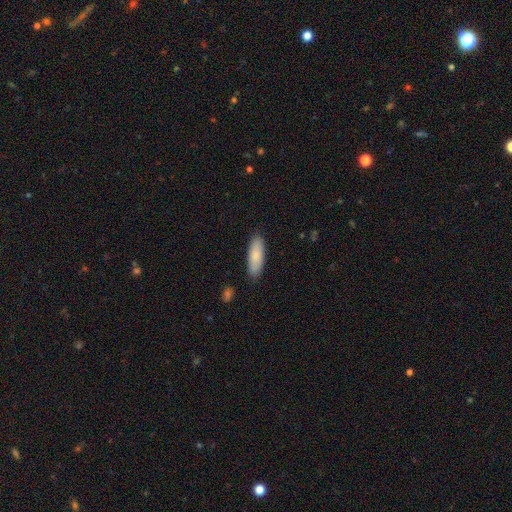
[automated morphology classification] A smooth galaxy with no disk features (83%) that is in between round and cigar-shaped (57%). Merging: none (87%).